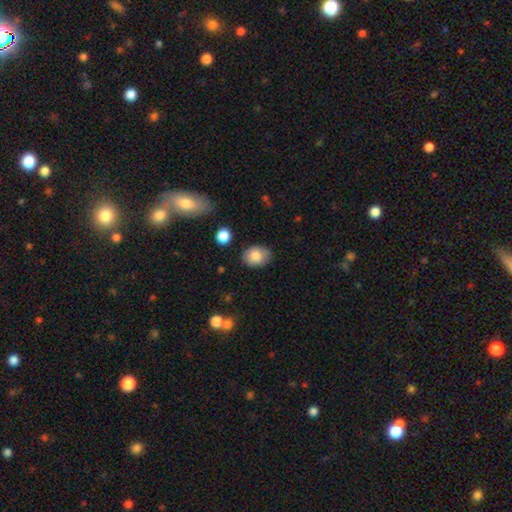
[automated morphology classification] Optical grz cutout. It shows a smooth galaxy with no disk features (82%) that is in between round and cigar-shaped (66%). Merging: none (82%).